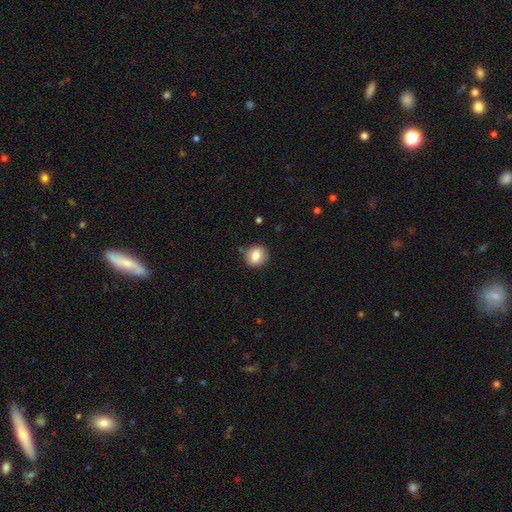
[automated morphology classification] This appears to be a smooth galaxy with no disk features (82%) that is round (83%). Merging: none (83%).